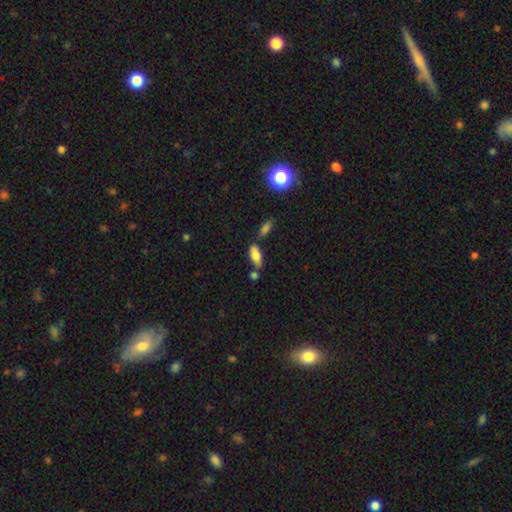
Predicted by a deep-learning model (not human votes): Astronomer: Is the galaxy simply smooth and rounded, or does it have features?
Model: smooth — 75%.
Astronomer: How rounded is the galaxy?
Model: in between — 80%.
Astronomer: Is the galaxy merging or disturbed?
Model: none — 62%.